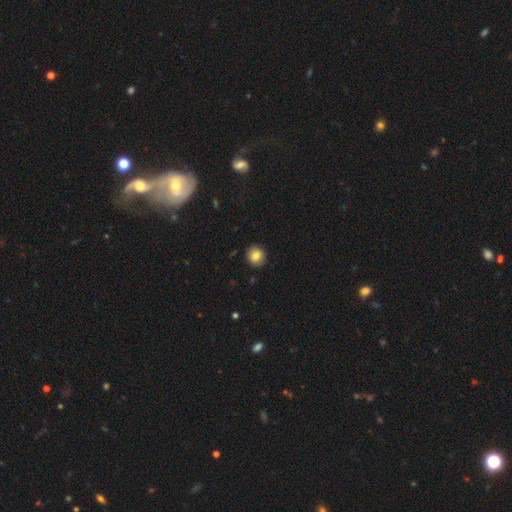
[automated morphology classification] Smooth or featured? smooth (82%)
How rounded? round (83%)
Merging? none (89%)